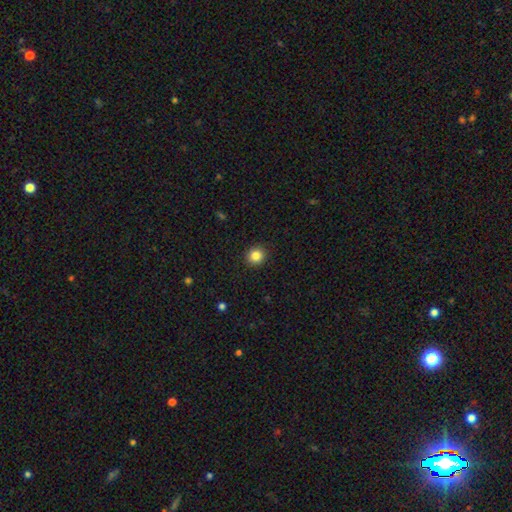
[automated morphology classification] Smooth or featured? Predicted: smooth (p=0.85). How rounded? Predicted: round (p=0.88). Merging? Predicted: none (p=0.92).